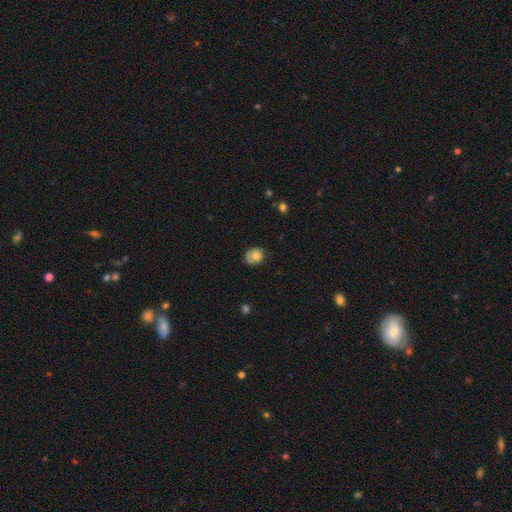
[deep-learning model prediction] A smooth galaxy with no disk features (71%) that is round (68%). Merging: none (61%).